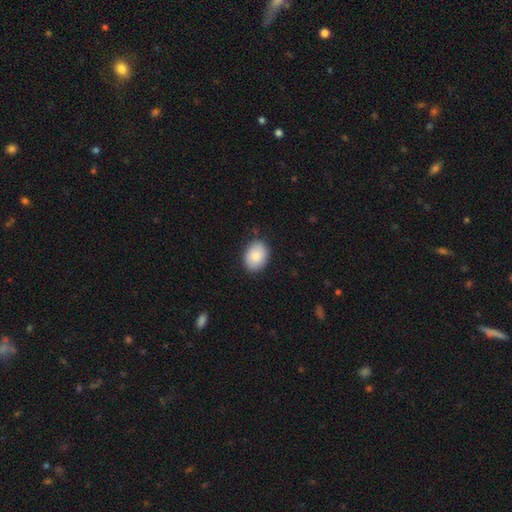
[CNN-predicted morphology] The model was most divided on "how rounded": in between: 69%, round: 30%, cigar-shaped: 1%. More confident: smooth or featured — smooth (86%); merging — none (85%).